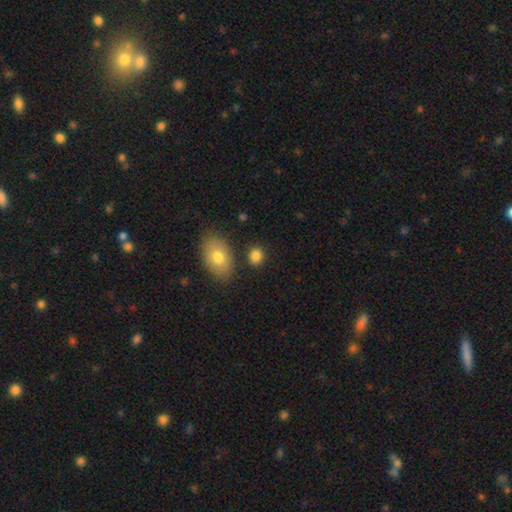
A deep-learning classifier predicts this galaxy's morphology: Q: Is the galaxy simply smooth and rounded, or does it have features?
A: smooth — 84%.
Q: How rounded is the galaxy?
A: round — 59%.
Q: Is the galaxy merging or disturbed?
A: none — 80%.